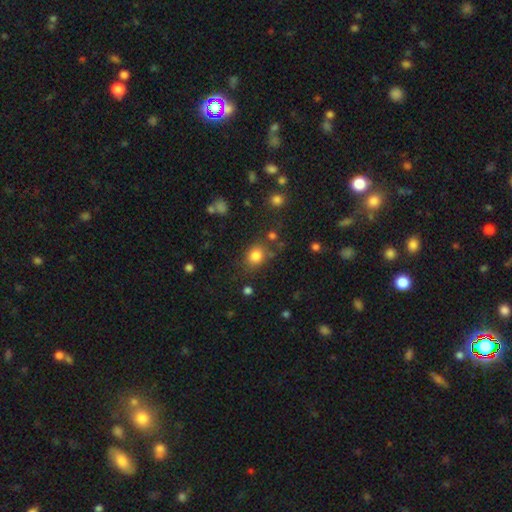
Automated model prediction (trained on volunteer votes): A smooth galaxy with no disk features (82%) that is round (61%). Merging: none (74%).